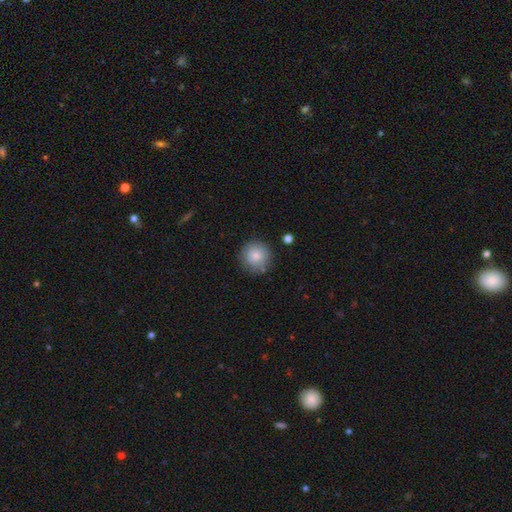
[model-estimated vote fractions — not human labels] Smooth or featured: smooth — 80% (featured or disk — 12%)
How rounded: round — 94% (in between — 5%)
Merging: none — 82% (minor disturbance — 12%)